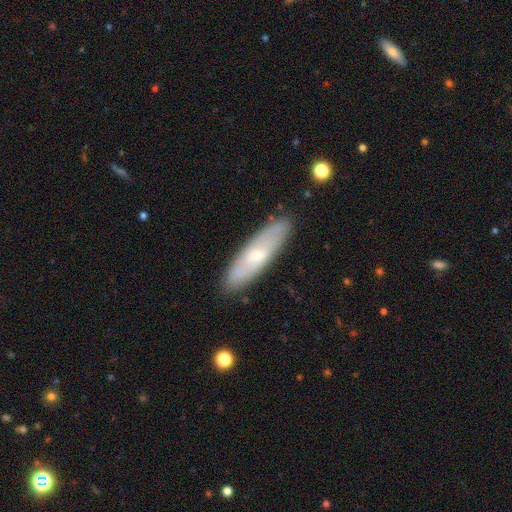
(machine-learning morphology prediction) Smooth or featured: smooth — 55% (featured or disk — 39%)
How rounded: cigar-shaped — 63% (in between — 36%)
Merging: none — 87% (minor disturbance — 10%)